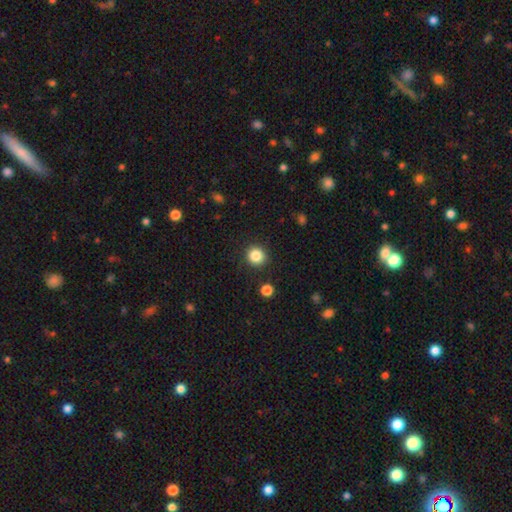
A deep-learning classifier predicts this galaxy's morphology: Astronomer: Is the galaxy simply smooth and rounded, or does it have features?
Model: smooth — 85%.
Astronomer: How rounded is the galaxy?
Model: round — 91%.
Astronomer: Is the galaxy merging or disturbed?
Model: none — 90%.